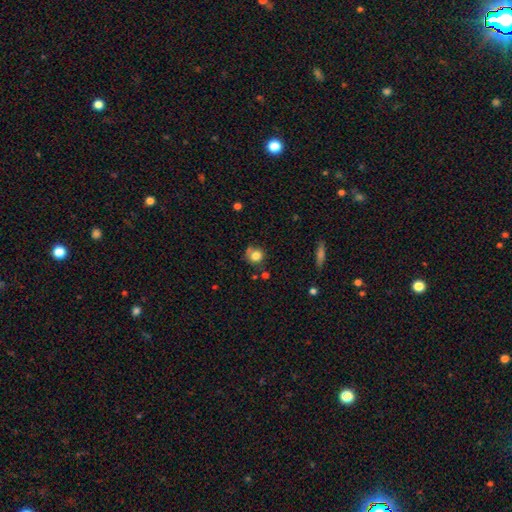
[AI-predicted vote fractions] Morphology: type=smooth (79%); roundness=round (85%); merging=none (62%).